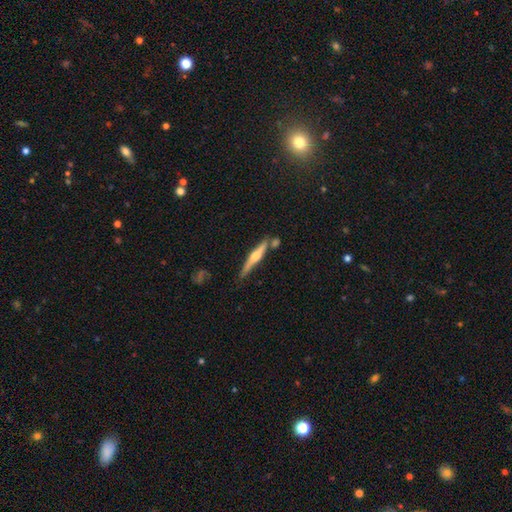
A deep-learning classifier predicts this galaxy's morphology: Smooth or featured?
  - featured or disk: 64% *
  - smooth: 30%
  - star or artifact: 6%
Edge-on disk?
  - yes: 97% *
  - no: 3%
Edge-on bulge?
  - rounded: 87% *
  - boxy: 7%
  - none: 5%
Merging?
  - none: 72% *
  - minor disturbance: 14%
  - merger: 10%
  - major disturbance: 3%